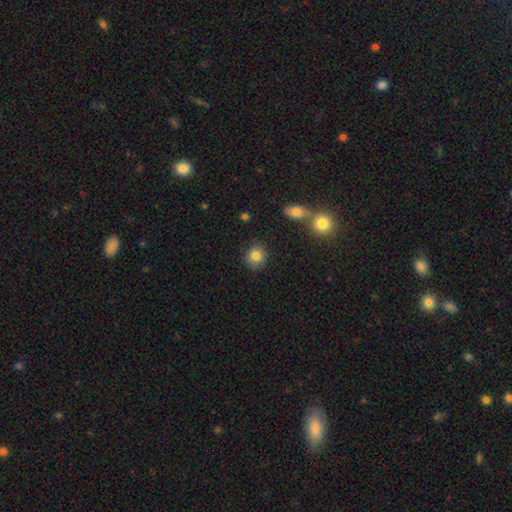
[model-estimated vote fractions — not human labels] A smooth galaxy with no disk features (83%) that is round (84%).

Vote fractions:
- Smooth or featured? smooth: 83% / star or artifact: 10% / featured or disk: 7%
- How rounded? round: 84% / in between: 15% / cigar-shaped: 1%
- Merging? none: 85% / minor disturbance: 9% / merger: 4% / major disturbance: 3%